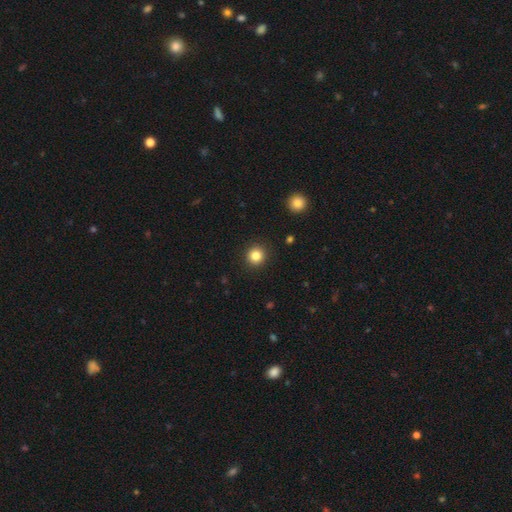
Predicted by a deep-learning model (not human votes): smooth 83%, star or artifact 12%, featured or disk 5%. Down the decision tree: how rounded — round (94%); merging — none (92%).